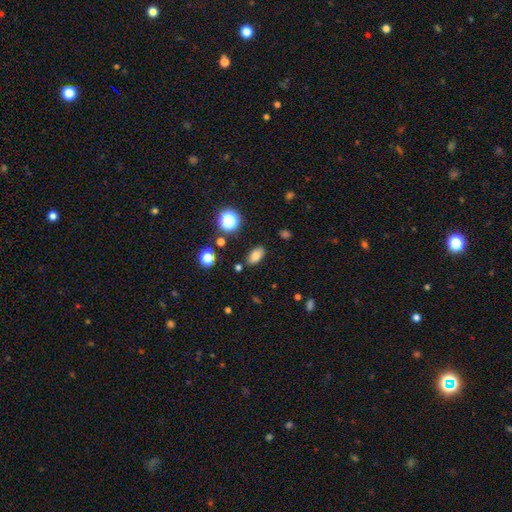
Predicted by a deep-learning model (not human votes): smooth 79%, star or artifact 14%, featured or disk 7%. Down the decision tree: how rounded — in between (88%); merging — none (84%).